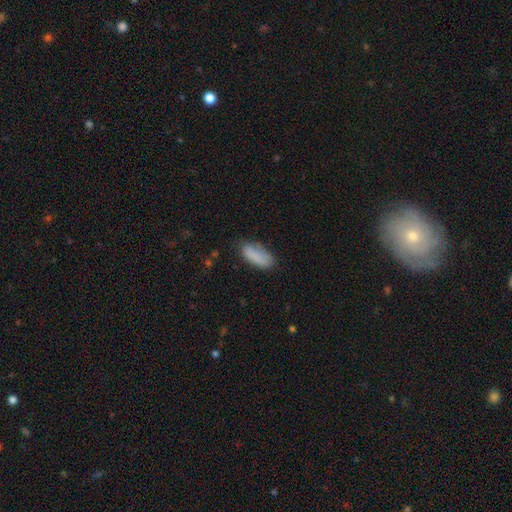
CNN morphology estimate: This appears to be a smooth galaxy with no disk features (85%) that is in between round and cigar-shaped (82%). Merging: none (61%).